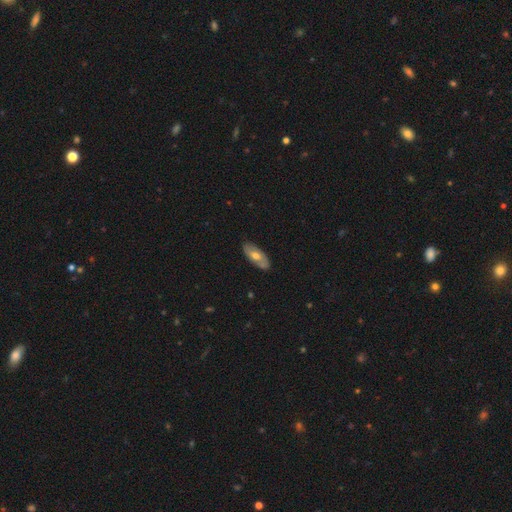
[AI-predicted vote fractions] The model was most divided on "smooth or featured": smooth: 49%, featured or disk: 45%, star or artifact: 6%. More confident: merging — none (83%).